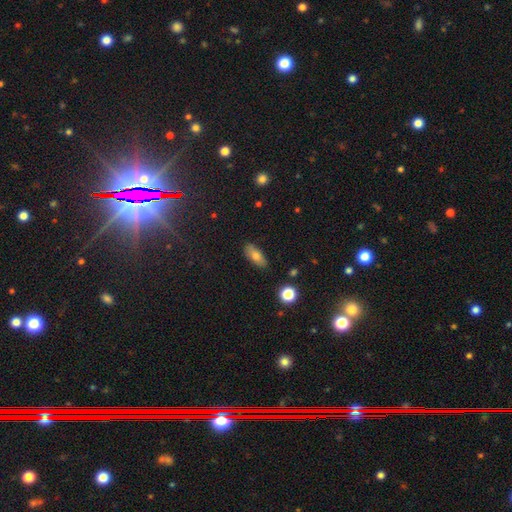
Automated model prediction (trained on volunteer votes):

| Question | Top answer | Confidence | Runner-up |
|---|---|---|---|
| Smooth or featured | smooth | 72% | featured or disk (18%) |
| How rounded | in between | 76% | cigar-shaped (19%) |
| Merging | none | 86% | minor disturbance (11%) |